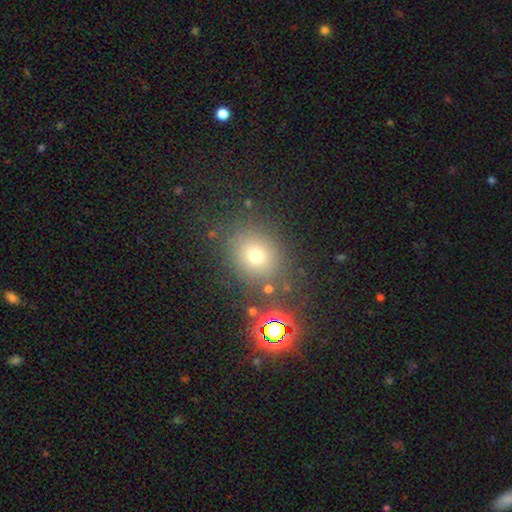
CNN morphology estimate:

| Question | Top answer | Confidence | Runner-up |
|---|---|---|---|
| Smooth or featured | smooth | 68% | star or artifact (22%) |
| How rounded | round | 72% | in between (27%) |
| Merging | none | 78% | minor disturbance (11%) |